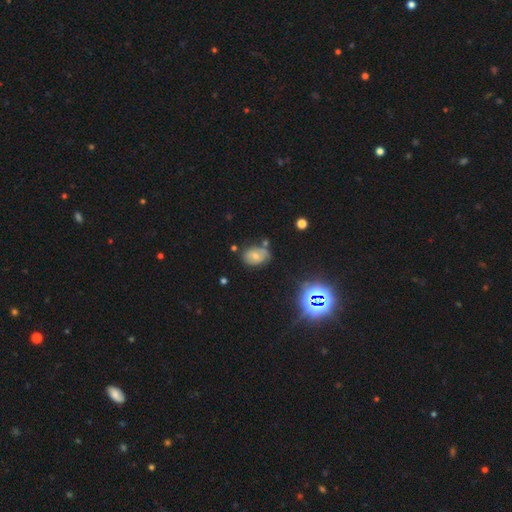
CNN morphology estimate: smooth_or_featured: smooth (p=0.53) [alt: featured or disk p=0.28]
how_rounded: in between (p=0.75) [alt: round p=0.23]
merging: none (p=0.62) [alt: minor disturbance p=0.23]